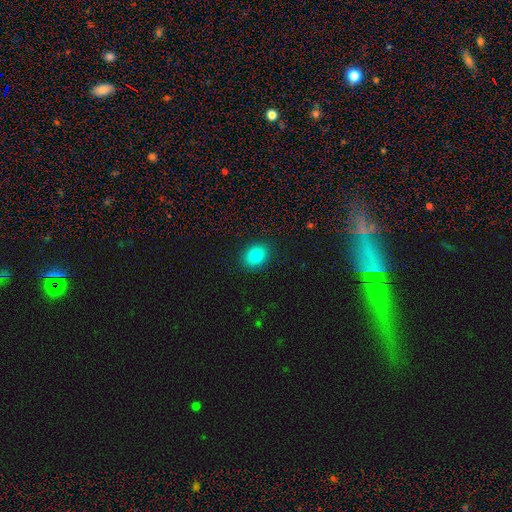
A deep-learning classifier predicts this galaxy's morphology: The model was most divided on "how rounded": in between: 53%, round: 46%, cigar-shaped: 1%. More confident: merging — none (90%); smooth or featured — smooth (84%).